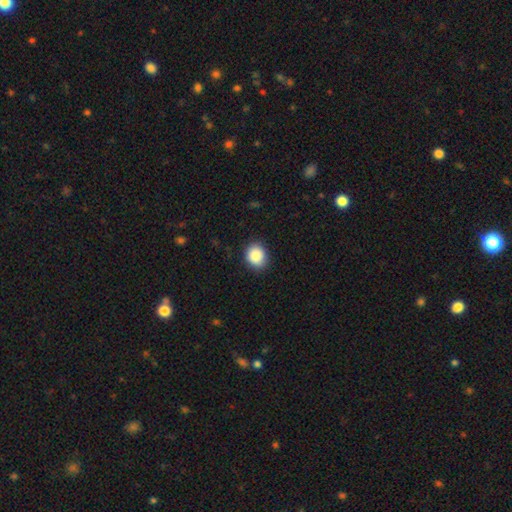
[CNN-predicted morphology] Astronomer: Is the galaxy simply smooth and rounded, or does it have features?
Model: smooth — 89%.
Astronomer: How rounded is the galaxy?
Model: round — 69%.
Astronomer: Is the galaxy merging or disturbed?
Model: none — 87%.